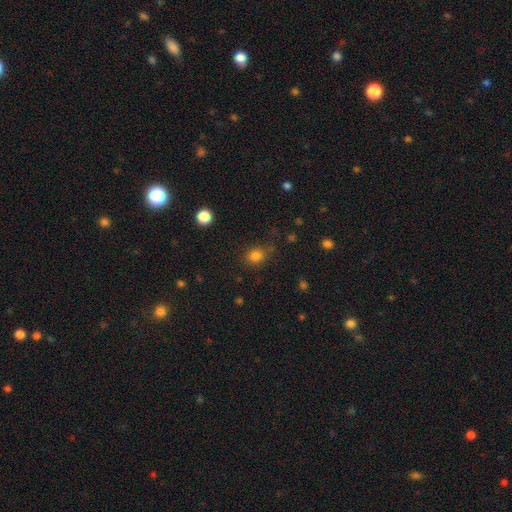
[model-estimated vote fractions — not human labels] Smooth or featured? Predicted: smooth (p=0.82). How rounded? Predicted: round (p=0.67). Merging? Predicted: none (p=0.75).